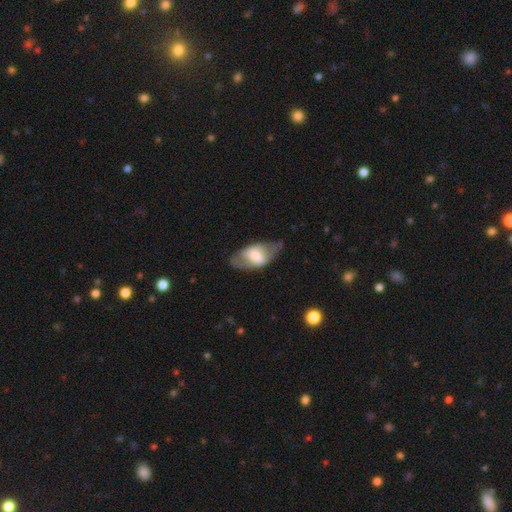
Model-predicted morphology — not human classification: type=smooth (48%); merging=none (57%).